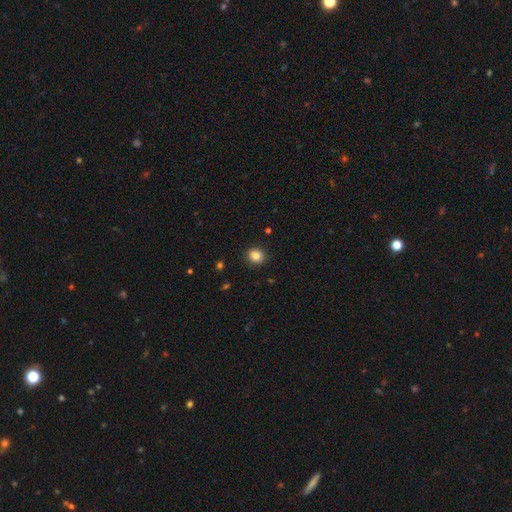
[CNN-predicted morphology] Q: Smooth or featured?
A: smooth (85%); runner-up: star or artifact (10%)
Q: How rounded?
A: round (75%); runner-up: in between (24%)
Q: Merging?
A: none (86%); runner-up: minor disturbance (11%)